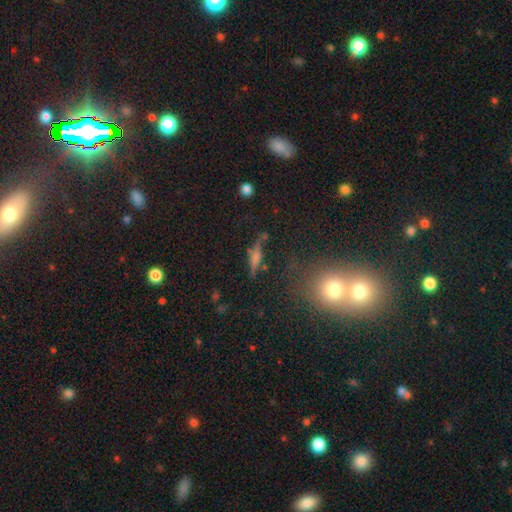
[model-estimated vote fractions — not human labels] Smooth or featured: featured or disk — 47% (smooth — 36%)
Merging: none — 77% (minor disturbance — 14%)